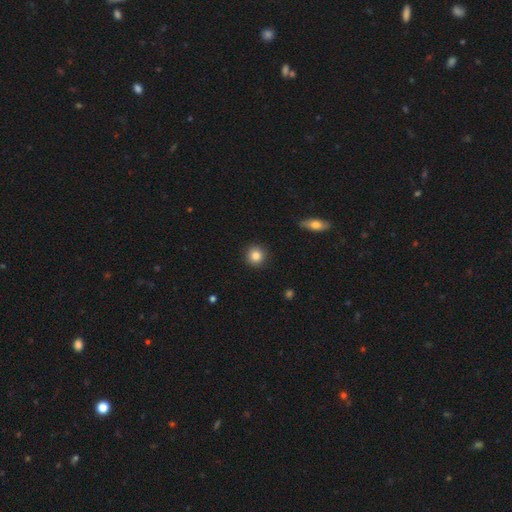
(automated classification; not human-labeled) The model was most divided on "smooth or featured": smooth: 84%, star or artifact: 10%, featured or disk: 6%. More confident: how rounded — round (93%); merging — none (92%).